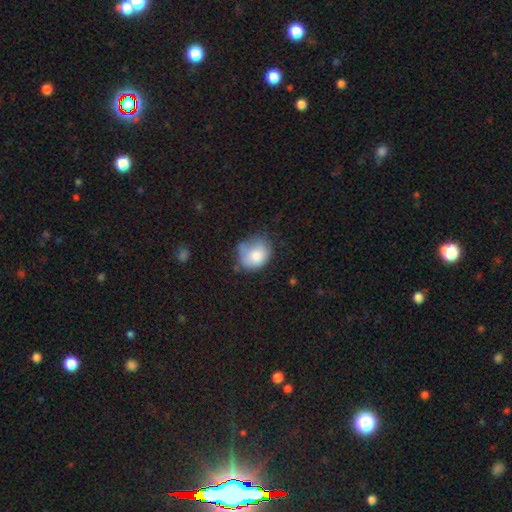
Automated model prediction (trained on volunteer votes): A smooth galaxy with no disk features (78%) that is round (55%).

Vote fractions:
- Smooth or featured? smooth: 78% / featured or disk: 14% / star or artifact: 8%
- How rounded? round: 55% / in between: 44% / cigar-shaped: 1%
- Merging? none: 42% / minor disturbance: 35% / major disturbance: 14% / merger: 9%